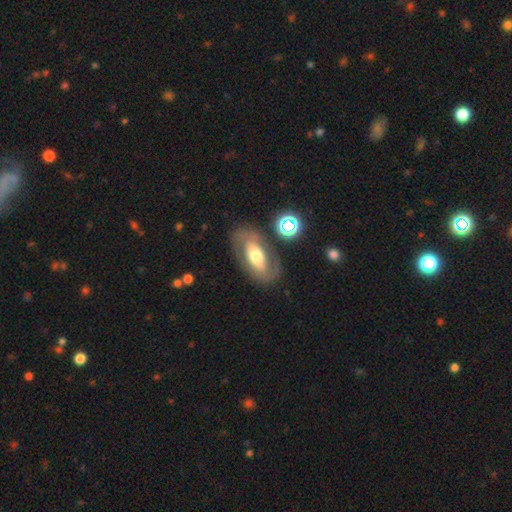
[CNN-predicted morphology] smooth_or_featured: featured or disk (p=0.55) [alt: smooth p=0.37]
disk_edge_on: no (p=0.88) [alt: yes p=0.12]
merging: none (p=0.74) [alt: minor disturbance p=0.14]